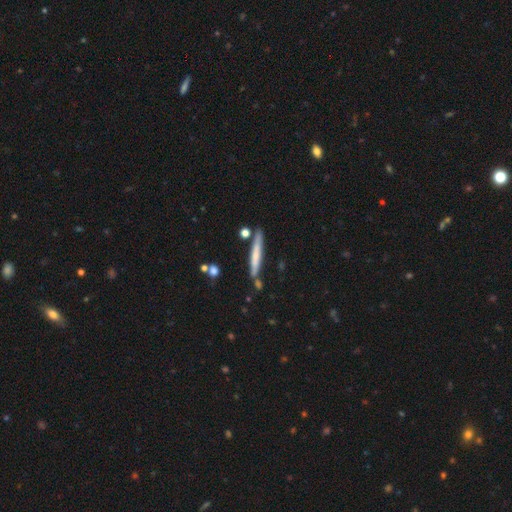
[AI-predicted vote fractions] smooth_or_featured: smooth (p=0.57) [alt: featured or disk p=0.37]
how_rounded: cigar-shaped (p=0.95) [alt: in between p=0.04]
merging: none (p=0.77) [alt: minor disturbance p=0.13]